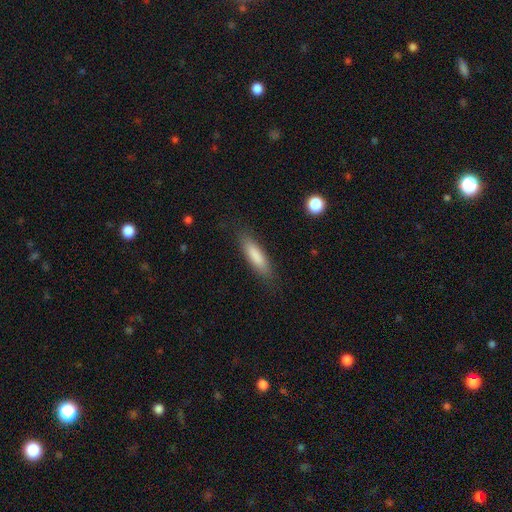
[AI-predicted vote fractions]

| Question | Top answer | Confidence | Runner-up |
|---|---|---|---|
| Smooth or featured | smooth | 84% | featured or disk (10%) |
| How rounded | cigar-shaped | 62% | in between (36%) |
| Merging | none | 84% | minor disturbance (12%) |